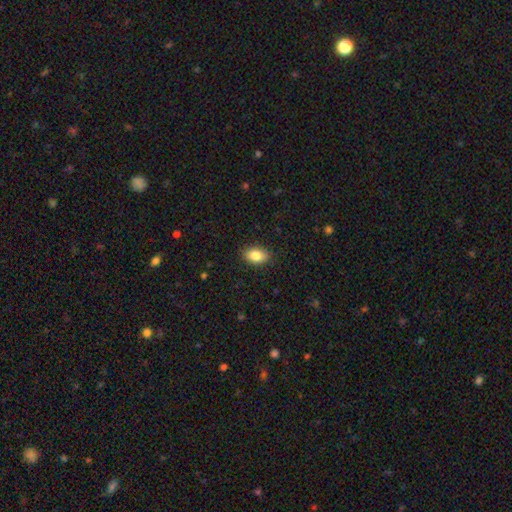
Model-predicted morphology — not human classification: smooth 84%, featured or disk 8%, star or artifact 8%. Down the decision tree: how rounded — in between (87%); merging — none (88%).